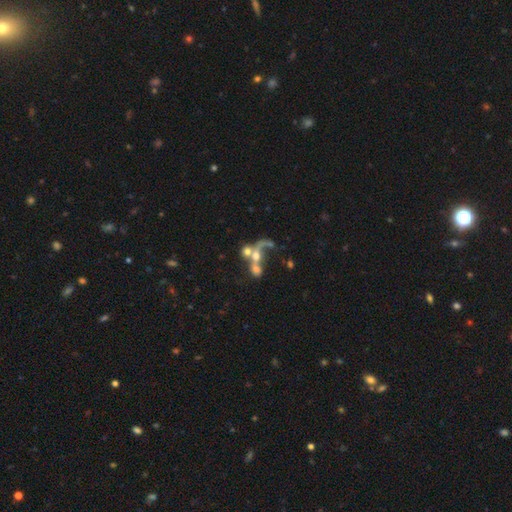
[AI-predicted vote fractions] Q: Smooth or featured?
A: featured or disk (46%); runner-up: smooth (40%)
Q: Merging?
A: merger (67%); runner-up: major disturbance (15%)